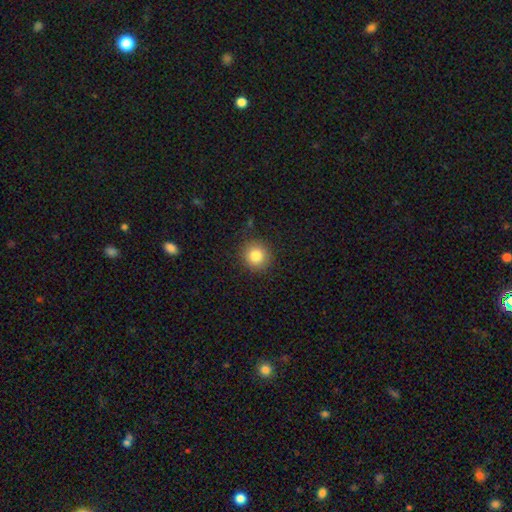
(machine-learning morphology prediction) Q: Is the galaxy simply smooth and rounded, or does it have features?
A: smooth — 84%.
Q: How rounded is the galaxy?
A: round — 92%.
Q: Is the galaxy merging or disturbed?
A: none — 88%.